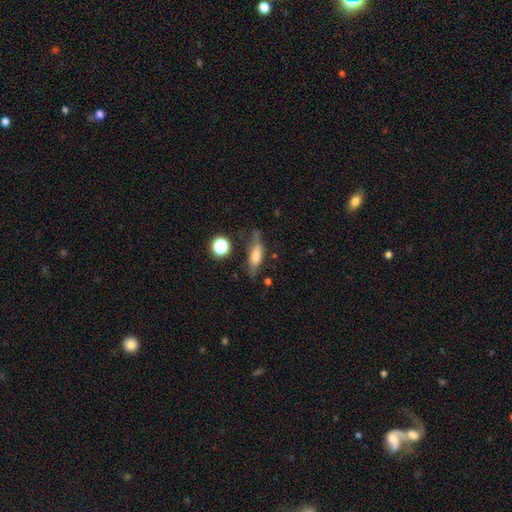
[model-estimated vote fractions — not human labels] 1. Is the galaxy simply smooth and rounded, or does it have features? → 53% smooth, 37% featured or disk, 11% star or artifact.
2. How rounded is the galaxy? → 47% cigar-shaped (tied), 47% in between (tied), 6% round.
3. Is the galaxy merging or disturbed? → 63% none, 23% minor disturbance, 9% major disturbance, 5% merger.